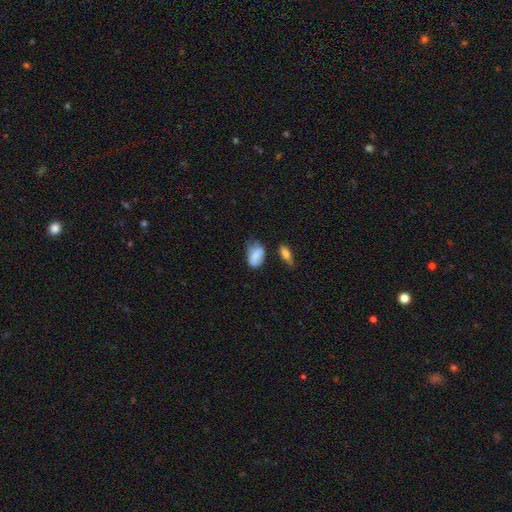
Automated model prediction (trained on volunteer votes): Overall: smooth (76%). How rounded: in between (87%). Merging: minor disturbance (41%; none 38%).